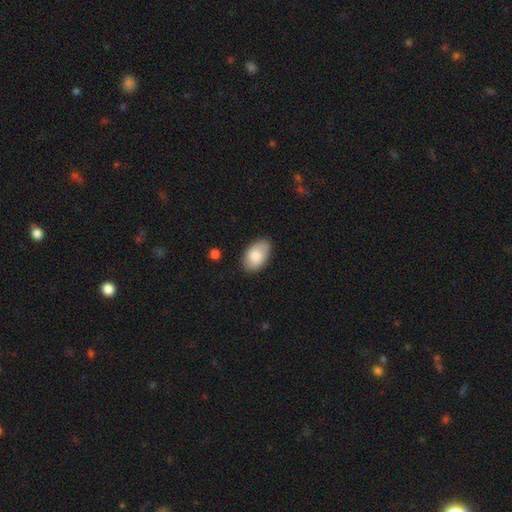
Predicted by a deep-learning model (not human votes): smooth_or_featured: smooth (p=0.81) [alt: featured or disk p=0.13]
how_rounded: in between (p=0.93) [alt: round p=0.06]
merging: none (p=0.80) [alt: minor disturbance p=0.16]